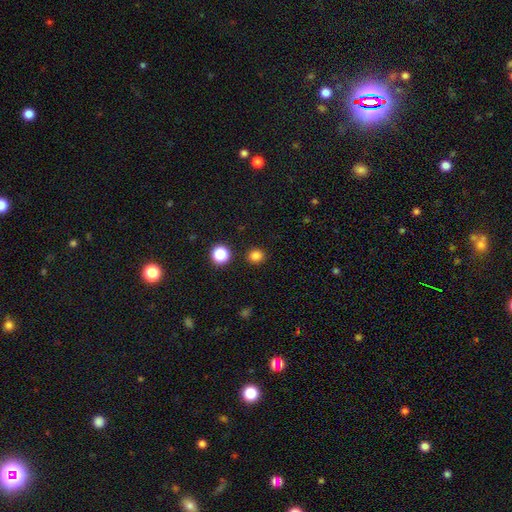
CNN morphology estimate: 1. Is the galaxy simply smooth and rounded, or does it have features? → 82% smooth, 14% star or artifact, 4% featured or disk.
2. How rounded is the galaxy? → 84% round, 15% in between, 1% cigar-shaped.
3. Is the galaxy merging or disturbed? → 90% none, 6% minor disturbance, 2% major disturbance, 2% merger.